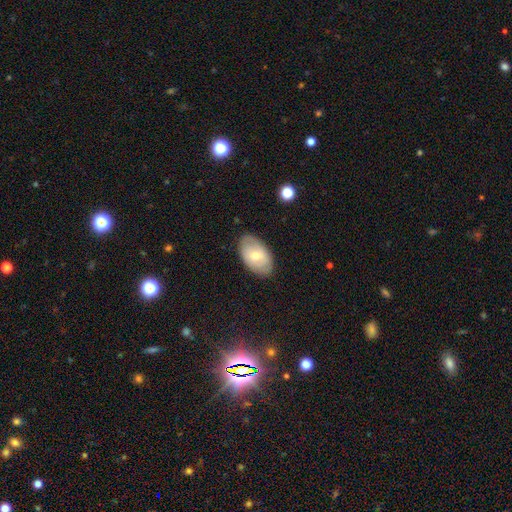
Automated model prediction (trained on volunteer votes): Overall: smooth (55%; featured or disk 38%). How rounded: in between (92%). Merging: none (82%).